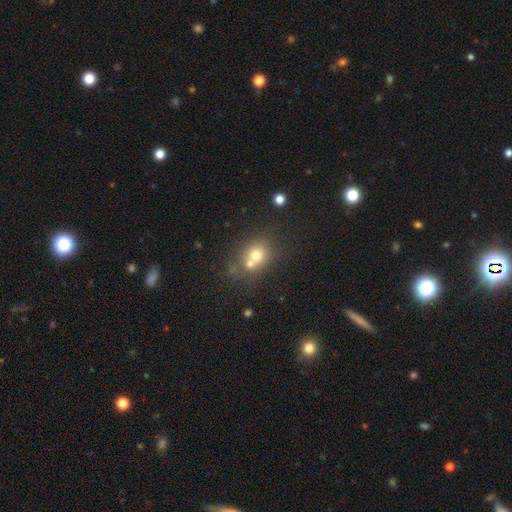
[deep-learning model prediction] This appears to be a smooth galaxy with no disk features (69%) that is round (71%). Merging: merger (46%).